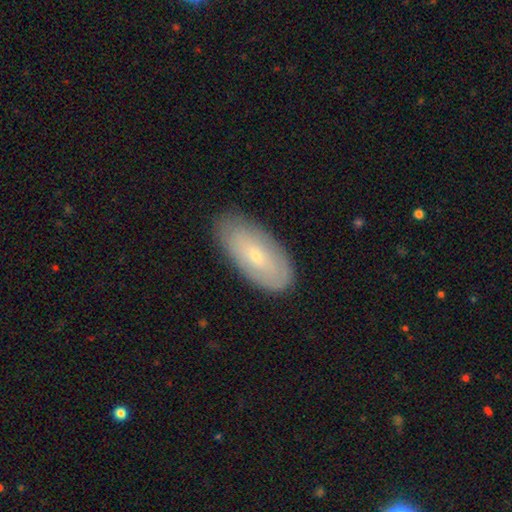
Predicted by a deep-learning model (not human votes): Overall: smooth (54%; featured or disk 39%). How rounded: in between (91%). Merging: none (82%).